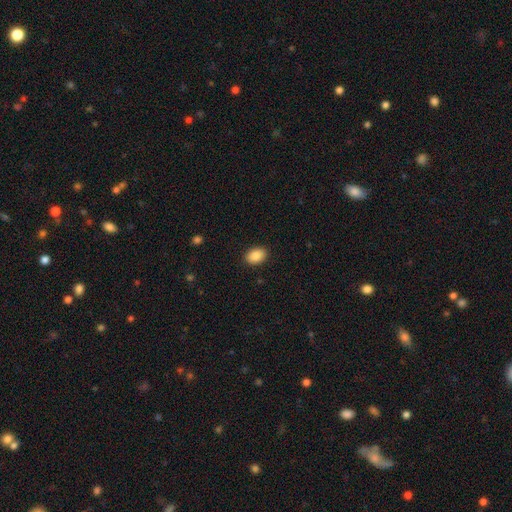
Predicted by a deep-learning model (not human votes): This appears to be a smooth galaxy with no disk features (89%) that is in between round and cigar-shaped (82%). Merging: none (90%).